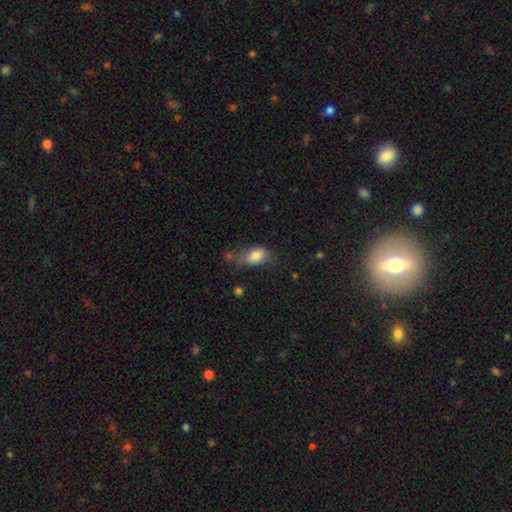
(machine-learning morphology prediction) Smooth or featured: smooth — 80% (featured or disk — 12%)
How rounded: in between — 87% (round — 10%)
Merging: none — 36% (minor disturbance — 34%)